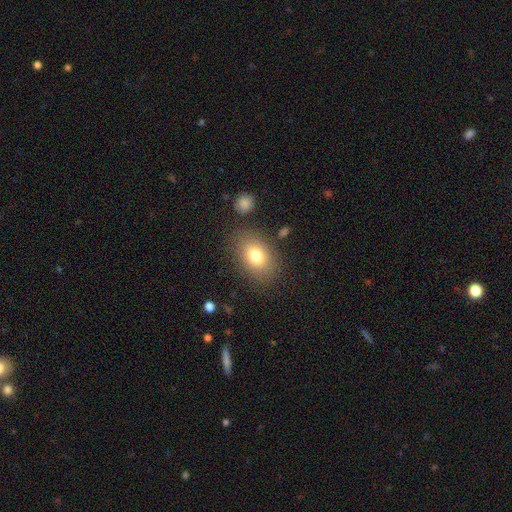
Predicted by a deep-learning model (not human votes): Q: Smooth or featured?
A: smooth (78%); runner-up: featured or disk (12%)
Q: How rounded?
A: in between (74%); runner-up: round (24%)
Q: Merging?
A: none (81%); runner-up: minor disturbance (11%)